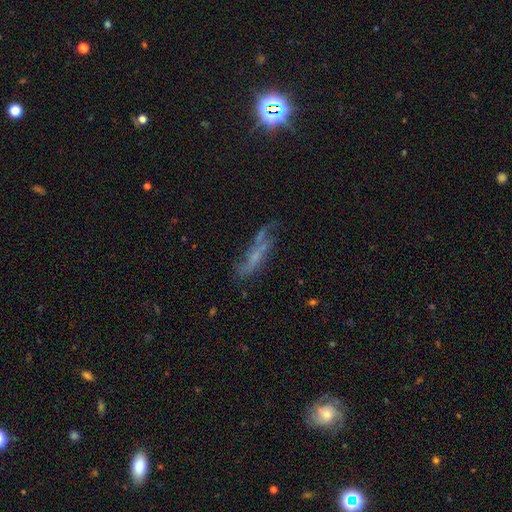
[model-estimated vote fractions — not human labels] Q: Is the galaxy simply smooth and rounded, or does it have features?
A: featured or disk — 49%.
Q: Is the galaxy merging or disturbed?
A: none — 42%.